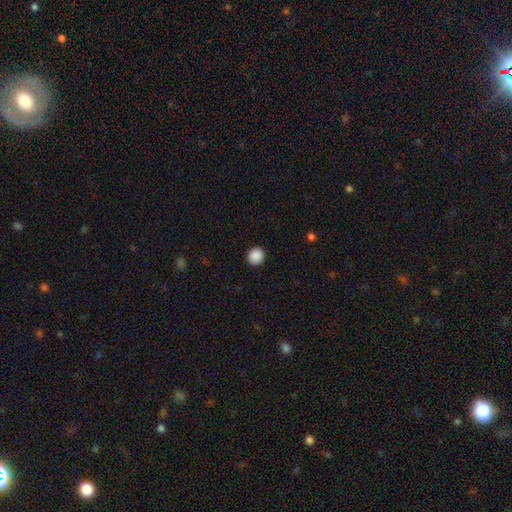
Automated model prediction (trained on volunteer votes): This appears to be a smooth galaxy with no disk features (89%) that is round (89%). Merging: none (93%).